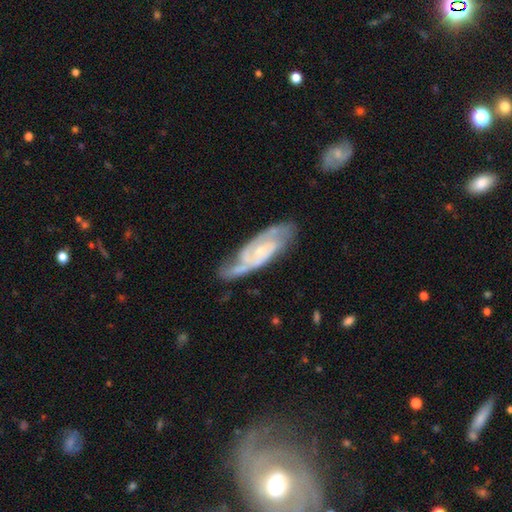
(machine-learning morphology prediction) Q: Smooth or featured?
A: featured or disk (84%); runner-up: smooth (10%)
Q: Edge-on disk?
A: no (90%); runner-up: yes (10%)
Q: Bar?
A: no (58%); runner-up: weak (34%)
Q: Spiral arms?
A: yes (96%); runner-up: no (4%)
Q: Spiral winding?
A: tight (50%); runner-up: medium (41%)
Q: Spiral arm count?
A: 2 (61%); runner-up: can't tell (16%)
Q: Bulge size?
A: small (67%); runner-up: moderate (27%)
Q: Merging?
A: none (69%); runner-up: minor disturbance (22%)